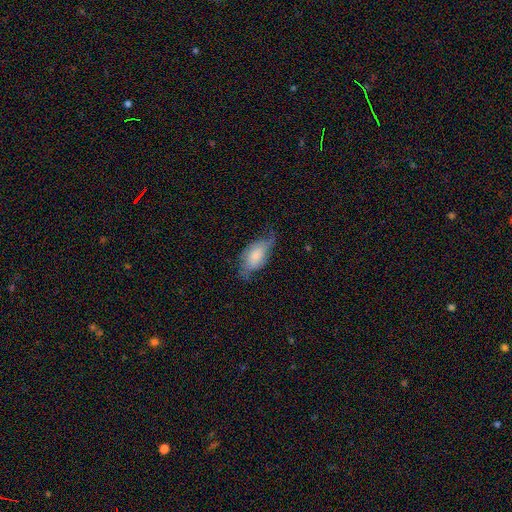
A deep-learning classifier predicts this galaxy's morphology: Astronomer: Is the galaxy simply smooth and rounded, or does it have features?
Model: smooth — 52% (runner-up: featured or disk, 41%).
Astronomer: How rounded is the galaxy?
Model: in between — 89%.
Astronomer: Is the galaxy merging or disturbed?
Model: none — 48% (runner-up: minor disturbance, 34%).